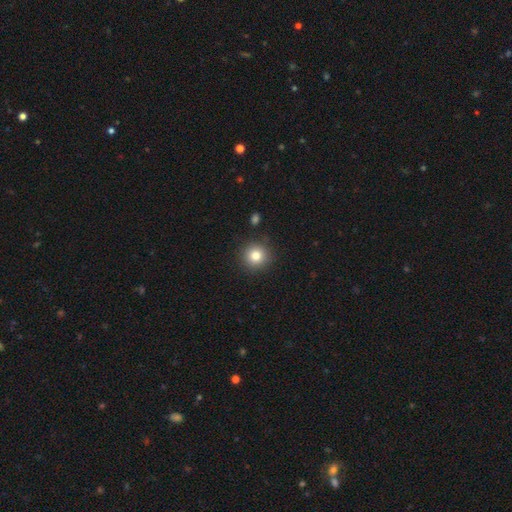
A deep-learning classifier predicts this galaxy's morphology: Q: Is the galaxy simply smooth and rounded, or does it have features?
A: smooth — 81%.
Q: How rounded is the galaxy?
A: round — 94%.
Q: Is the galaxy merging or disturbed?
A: none — 89%.